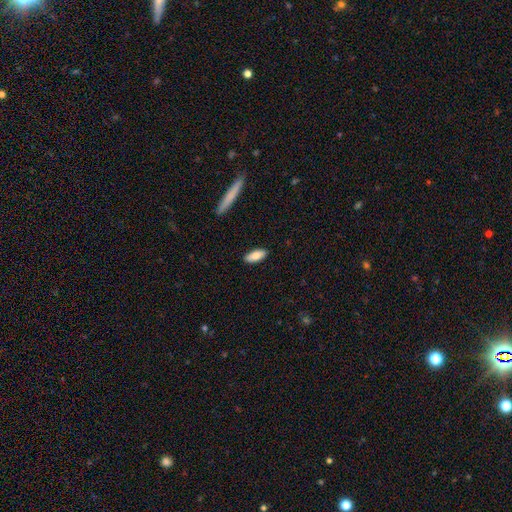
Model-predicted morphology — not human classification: smooth_or_featured: smooth (p=0.82) [alt: featured or disk p=0.12]
how_rounded: in between (p=0.78) [alt: cigar-shaped p=0.20]
merging: none (p=0.89) [alt: minor disturbance p=0.08]